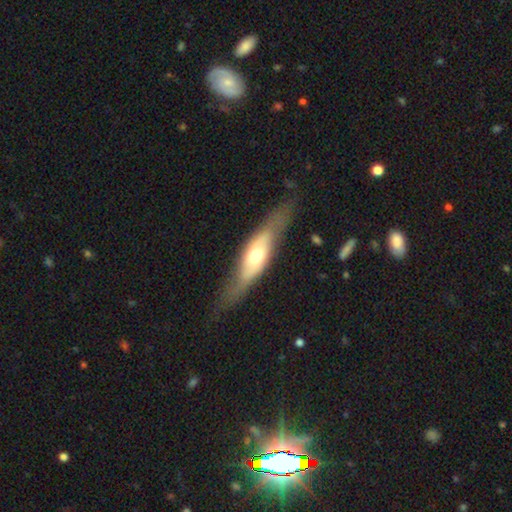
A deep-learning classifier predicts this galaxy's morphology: A featured or disk galaxy (57%) viewed edge-on (62%).

Vote fractions:
- Smooth or featured? featured or disk: 57% / smooth: 37% / star or artifact: 5%
- Edge-on disk? yes: 62% / no: 38%
- Merging? none: 70% / minor disturbance: 19% / major disturbance: 9% / merger: 2%